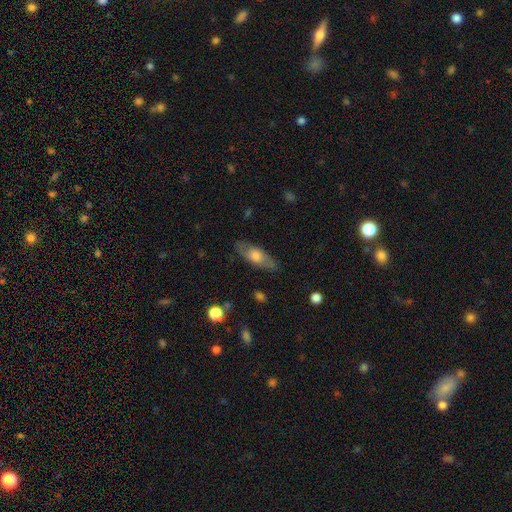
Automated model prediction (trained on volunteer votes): smooth 55%, featured or disk 39%, star or artifact 6%. Down the decision tree: how rounded — in between (70%); merging — none (82%).